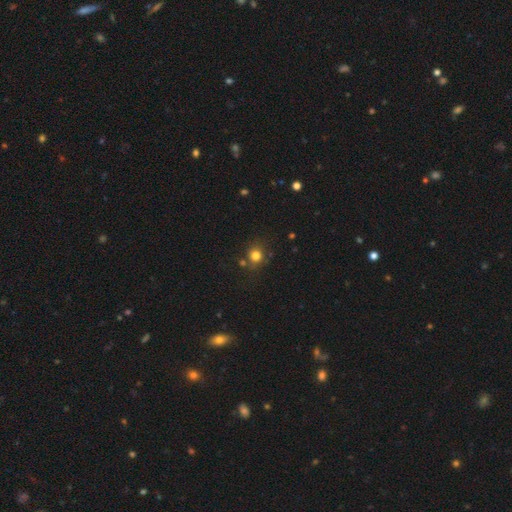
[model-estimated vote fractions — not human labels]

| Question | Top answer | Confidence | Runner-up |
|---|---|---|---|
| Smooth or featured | smooth | 79% | star or artifact (14%) |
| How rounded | round | 86% | in between (13%) |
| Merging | none | 77% | minor disturbance (11%) |